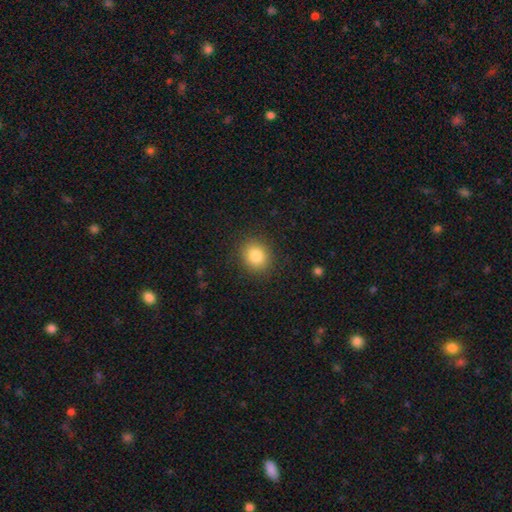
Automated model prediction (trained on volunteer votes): Smooth or featured? smooth (85%)
How rounded? round (73%)
Merging? none (89%)